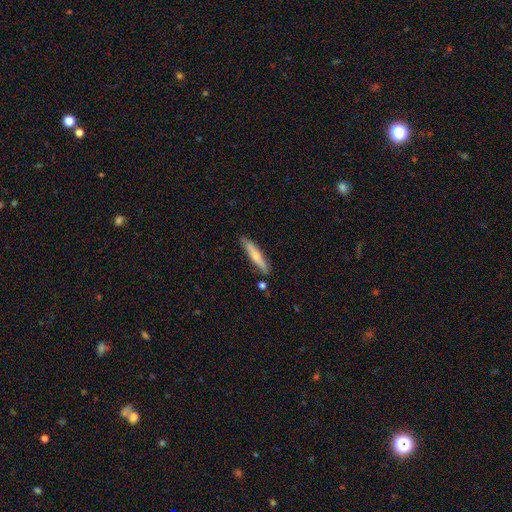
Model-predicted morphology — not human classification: This is possibly a smooth galaxy (57%). How rounded: clearly cigar-shaped (90%). Merging: clearly none (83%).